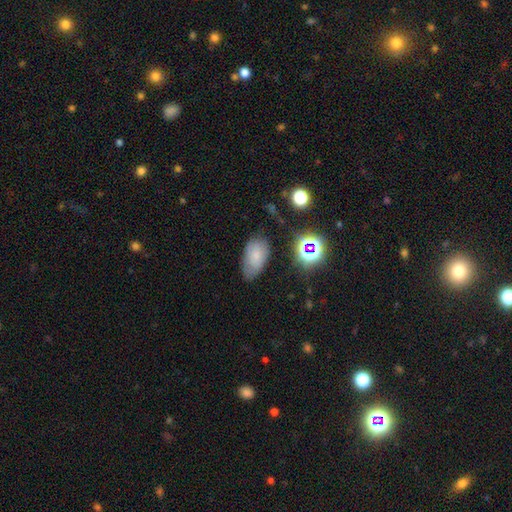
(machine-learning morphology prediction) Smooth or featured? smooth (67%)
How rounded? in between (91%)
Merging? none (63%)